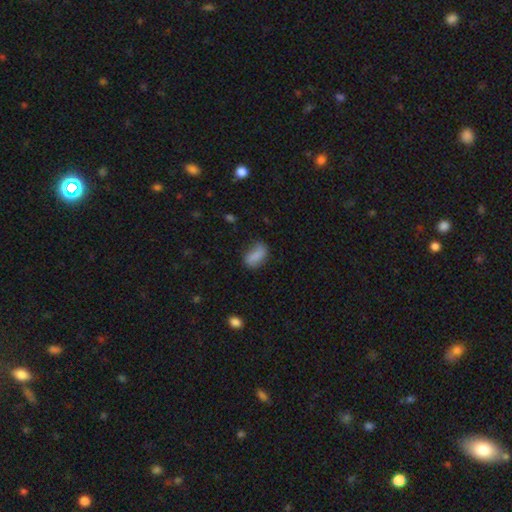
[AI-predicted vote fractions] Smooth or featured: smooth — 82% (featured or disk — 9%)
How rounded: in between — 87% (cigar-shaped — 6%)
Merging: none — 59% (minor disturbance — 27%)